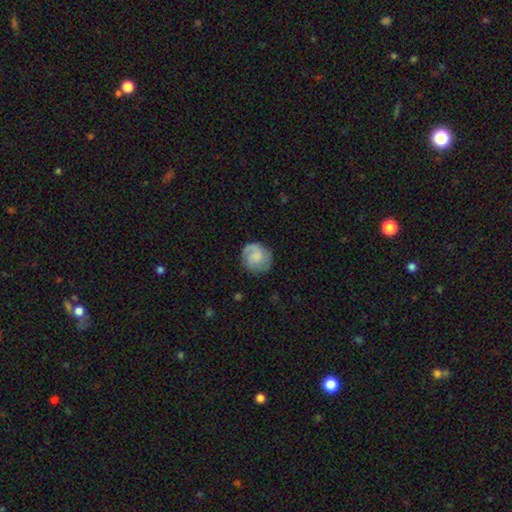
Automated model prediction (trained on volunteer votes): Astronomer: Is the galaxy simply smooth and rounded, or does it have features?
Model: featured or disk — 49% (runner-up: smooth, 43%).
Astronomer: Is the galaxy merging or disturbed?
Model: none — 76%.